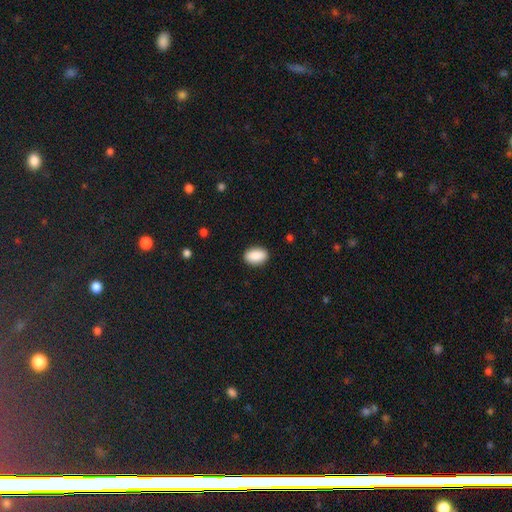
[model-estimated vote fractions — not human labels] smooth 90%, star or artifact 7%, featured or disk 3%. Down the decision tree: how rounded — in between (89%); merging — none (89%).